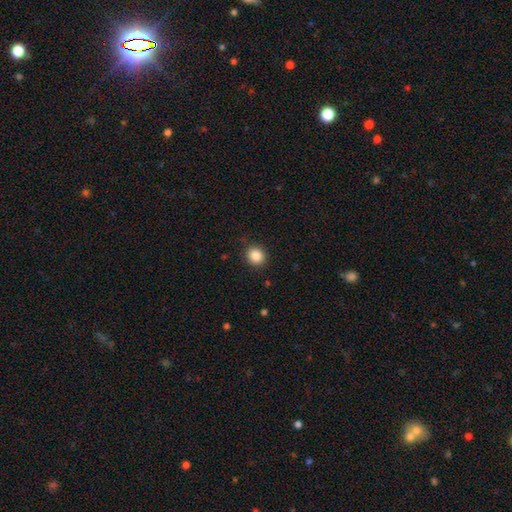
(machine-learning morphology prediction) Smooth or featured?
  - smooth: 86% *
  - star or artifact: 10%
  - featured or disk: 4%
How rounded?
  - round: 84% *
  - in between: 15%
  - cigar-shaped: 1%
Merging?
  - none: 89% *
  - minor disturbance: 8%
  - major disturbance: 2%
  - merger: 1%